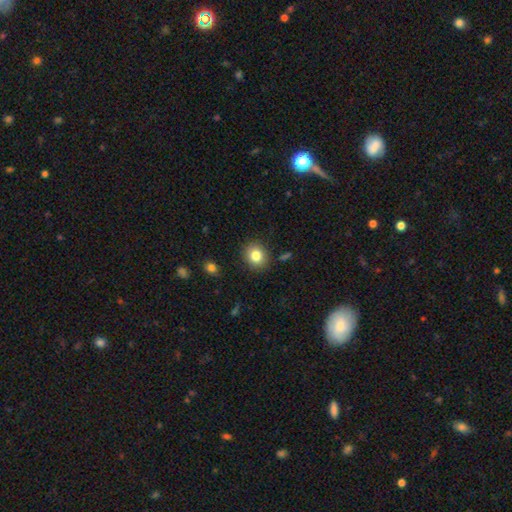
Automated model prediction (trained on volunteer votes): Smooth or featured?
  - smooth: 82% *
  - star or artifact: 10%
  - featured or disk: 8%
How rounded?
  - round: 73% *
  - in between: 26%
  - cigar-shaped: 1%
Merging?
  - none: 88% *
  - minor disturbance: 8%
  - major disturbance: 2%
  - merger: 2%